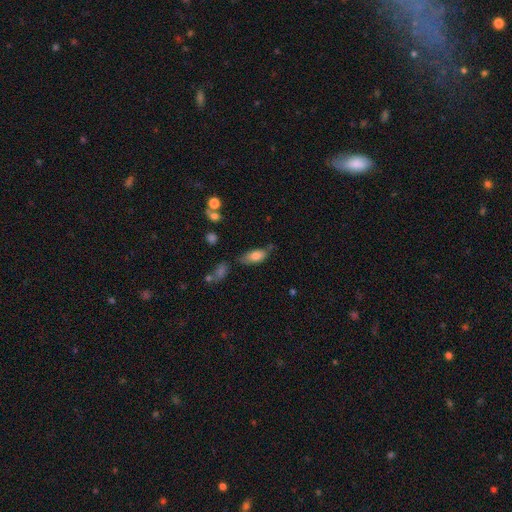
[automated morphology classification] Q: Smooth or featured?
A: smooth (78%); runner-up: featured or disk (14%)
Q: How rounded?
A: in between (84%); runner-up: cigar-shaped (12%)
Q: Merging?
A: none (54%); runner-up: minor disturbance (30%)